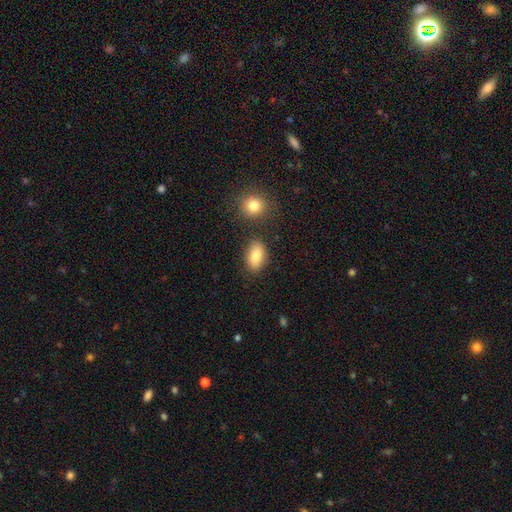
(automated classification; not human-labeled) smooth-or-featured: smooth: 85% | featured or disk: 8% | star or artifact: 7%
  how-rounded: in between: 90% | round: 7% | cigar-shaped: 3%
  merging: none: 80% | minor disturbance: 12% | merger: 6% | major disturbance: 3%